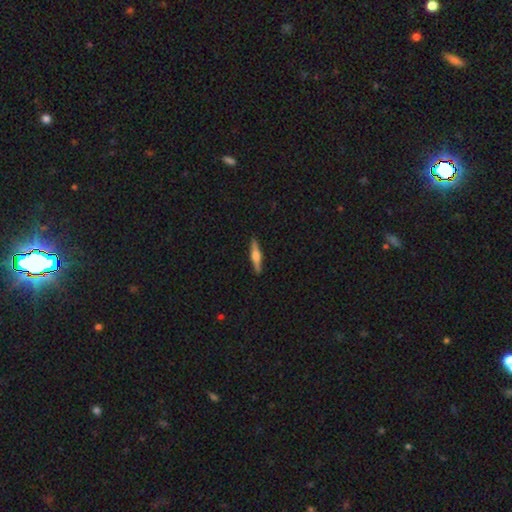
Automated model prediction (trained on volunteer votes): Overall: featured or disk (57%; smooth 37%). Edge-on disk: yes (97%). Edge-on bulge: rounded (81%). Merging: none (91%).